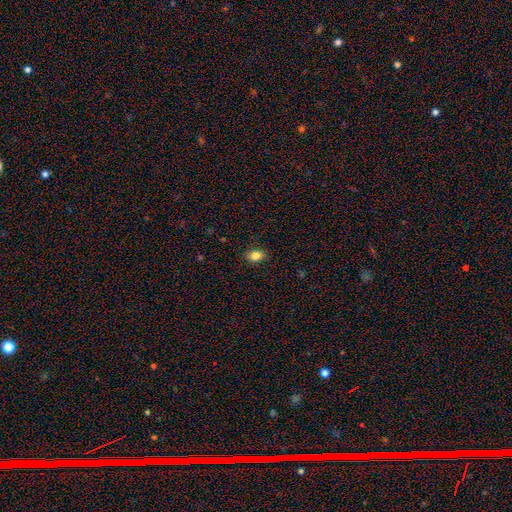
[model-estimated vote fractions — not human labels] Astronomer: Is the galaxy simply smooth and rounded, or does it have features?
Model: smooth — 83%.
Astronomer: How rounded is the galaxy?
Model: in between — 77%.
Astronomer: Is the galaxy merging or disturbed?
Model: none — 88%.